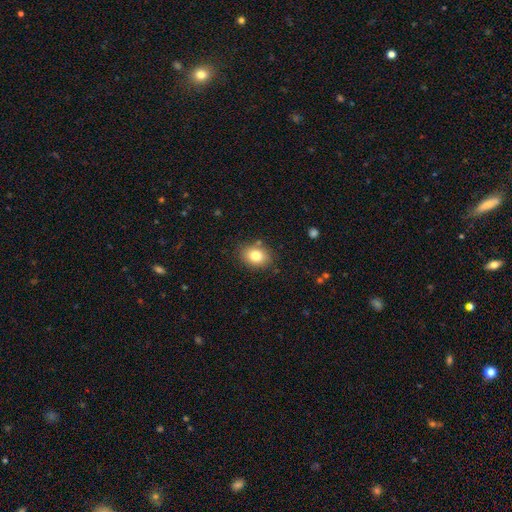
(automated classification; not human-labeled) The model was most divided on "how rounded": in between: 62%, round: 37%, cigar-shaped: 1%. More confident: merging — none (83%); smooth or featured — smooth (81%).